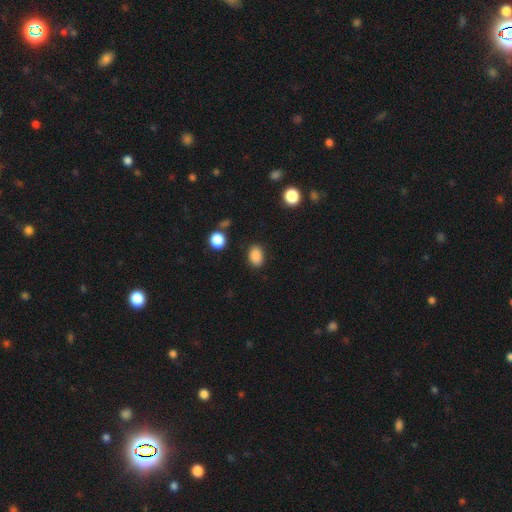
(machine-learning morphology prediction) This appears to be a smooth galaxy with no disk features (87%) that is in between round and cigar-shaped (77%). Merging: none (85%).